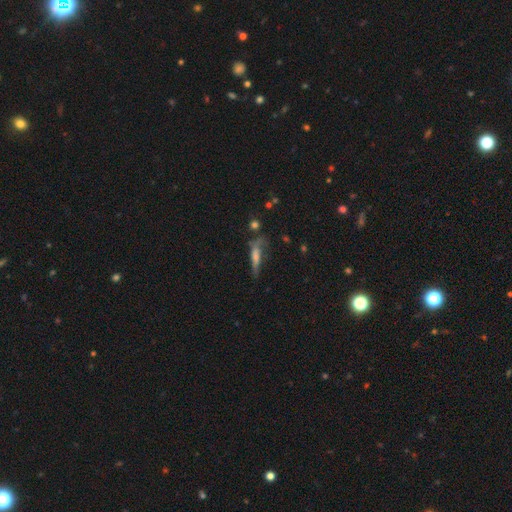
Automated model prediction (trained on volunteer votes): Overall: featured or disk (44%; smooth 43%). Merging: none (45%; minor disturbance 26%).